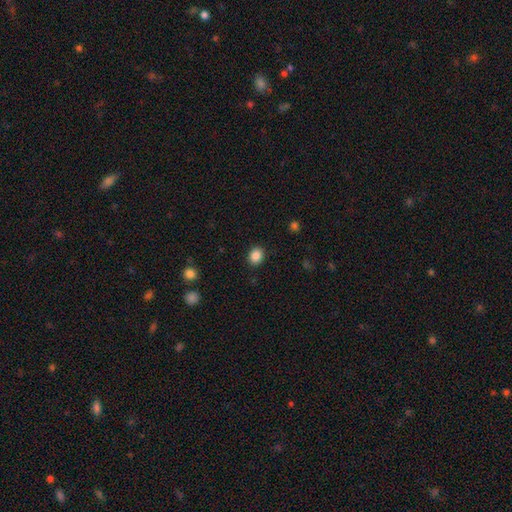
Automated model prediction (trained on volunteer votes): Smooth or featured: smooth — 87% (star or artifact — 10%)
How rounded: round — 63% (in between — 36%)
Merging: none — 89% (minor disturbance — 7%)